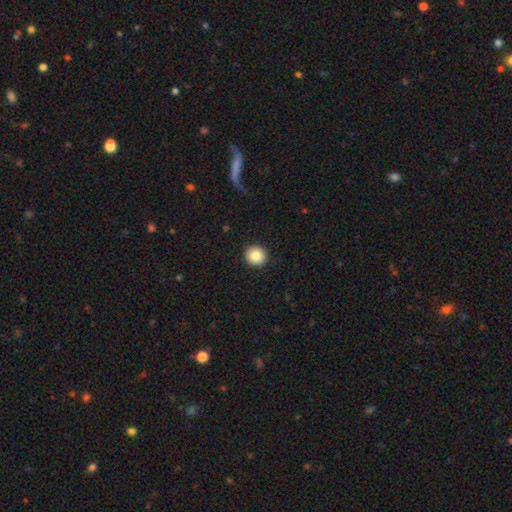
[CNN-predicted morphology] smooth_or_featured: smooth (p=0.86) [alt: star or artifact p=0.09]
how_rounded: round (p=0.92) [alt: in between p=0.07]
merging: none (p=0.93) [alt: minor disturbance p=0.05]